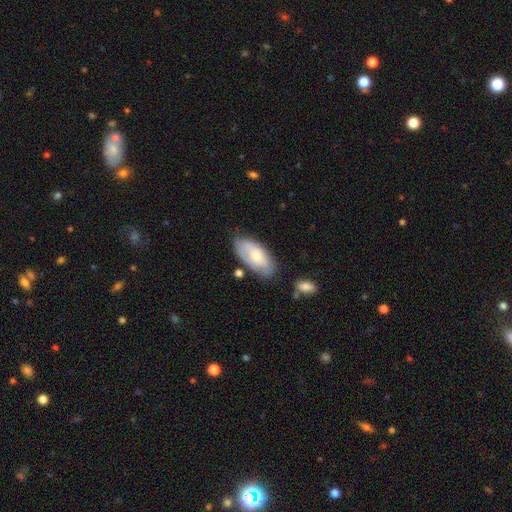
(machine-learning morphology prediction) Q: Smooth or featured?
A: smooth (54%); runner-up: featured or disk (40%)
Q: How rounded?
A: in between (92%); runner-up: cigar-shaped (5%)
Q: Merging?
A: none (64%); runner-up: minor disturbance (25%)